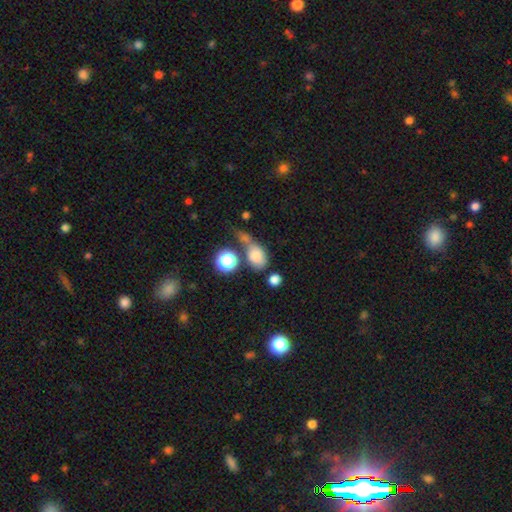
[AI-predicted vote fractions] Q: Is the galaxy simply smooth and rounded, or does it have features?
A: smooth — 77%.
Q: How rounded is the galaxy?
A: in between — 67%.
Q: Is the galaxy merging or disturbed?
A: none — 35%.